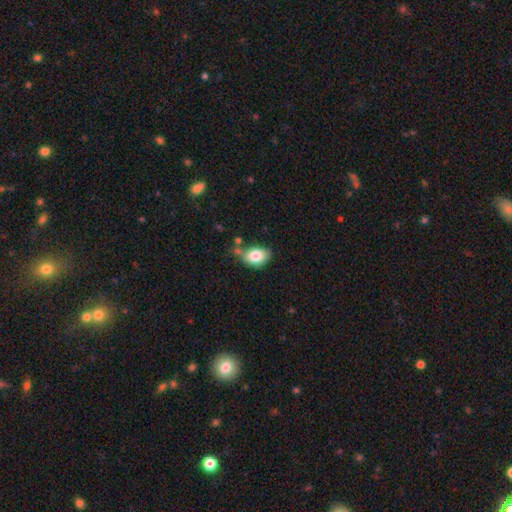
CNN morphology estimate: smooth 82%, featured or disk 10%, star or artifact 8%. Down the decision tree: how rounded — in between (80%); merging — none (61%).